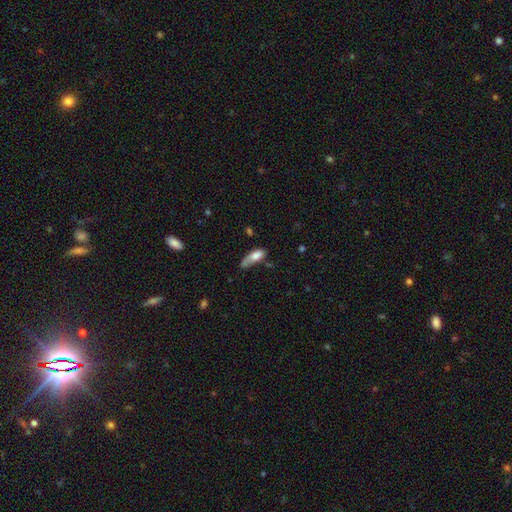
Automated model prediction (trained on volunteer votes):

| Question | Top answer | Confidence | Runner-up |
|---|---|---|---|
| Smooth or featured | smooth | 72% | featured or disk (21%) |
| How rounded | in between | 69% | cigar-shaped (28%) |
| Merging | minor disturbance | 33% | none (32%) |